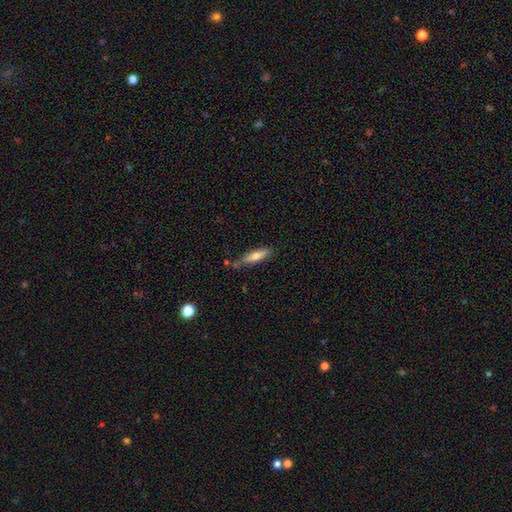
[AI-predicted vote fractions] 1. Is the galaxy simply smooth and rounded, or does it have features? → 60% smooth, 33% featured or disk, 7% star or artifact.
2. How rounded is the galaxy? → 71% cigar-shaped, 27% in between, 2% round.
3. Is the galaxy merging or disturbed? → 65% none, 23% minor disturbance, 7% merger, 5% major disturbance.